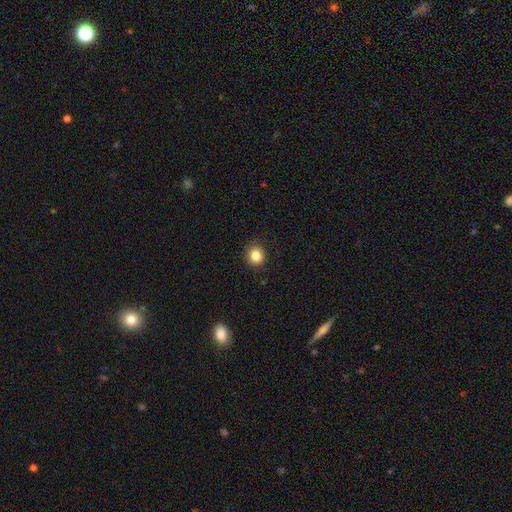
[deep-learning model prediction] This is clearly a smooth galaxy (84%). How rounded: clearly round (84%). Merging: clearly none (89%).